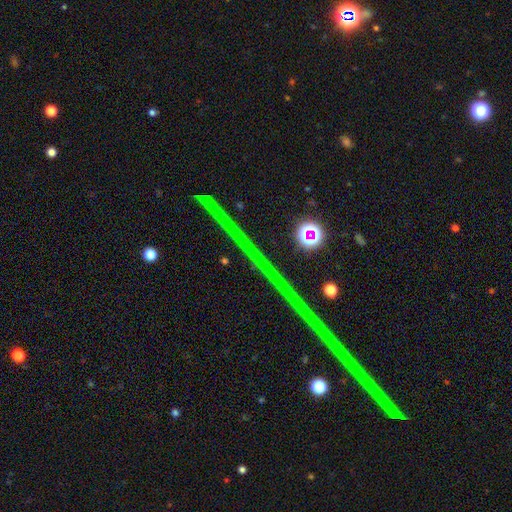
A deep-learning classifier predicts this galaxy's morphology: Smooth or featured?
  - star or artifact: 83% *
  - featured or disk: 11%
  - smooth: 7%